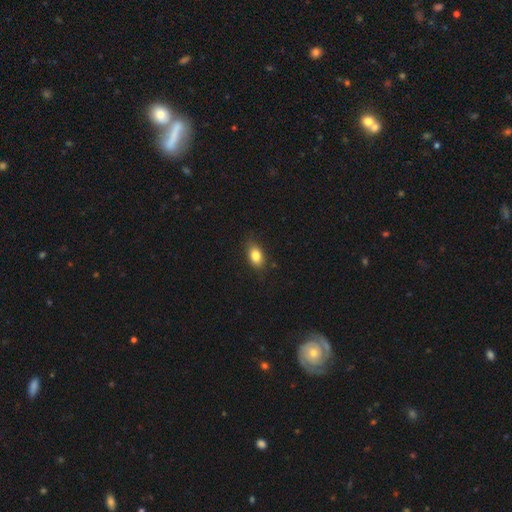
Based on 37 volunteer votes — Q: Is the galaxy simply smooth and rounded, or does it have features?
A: smooth — 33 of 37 (89%).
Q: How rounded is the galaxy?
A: in between — 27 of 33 (82%).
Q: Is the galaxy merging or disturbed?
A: none — 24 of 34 (71%).